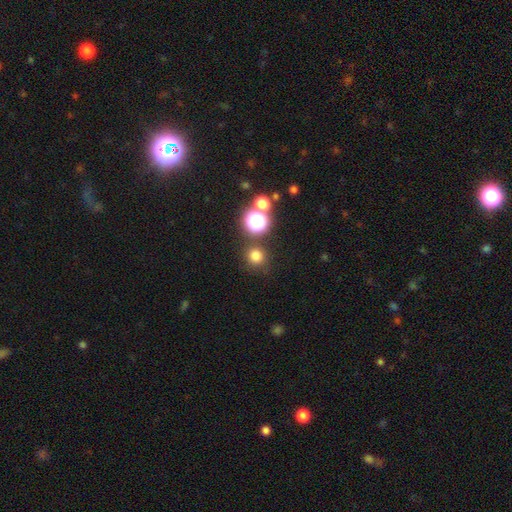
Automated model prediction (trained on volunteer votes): A smooth galaxy with no disk features (74%) that is round (94%).

Vote fractions:
- Smooth or featured? smooth: 74% / star or artifact: 20% / featured or disk: 6%
- How rounded? round: 94% / in between: 6% / cigar-shaped: 1%
- Merging? none: 82% / minor disturbance: 8% / merger: 6% / major disturbance: 4%